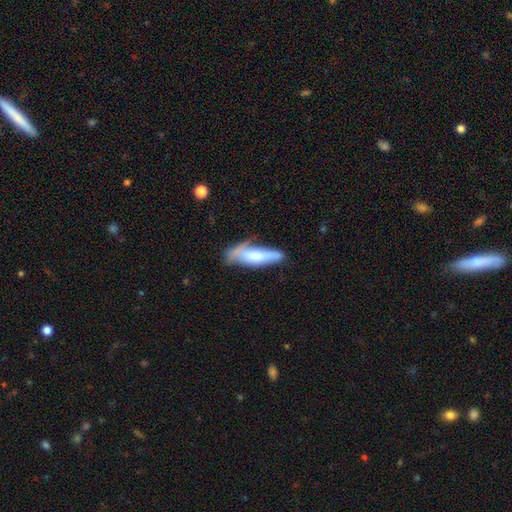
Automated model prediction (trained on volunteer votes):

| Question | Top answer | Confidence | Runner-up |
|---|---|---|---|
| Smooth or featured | smooth | 64% | featured or disk (30%) |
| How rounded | cigar-shaped | 62% | in between (36%) |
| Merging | none | 48% | minor disturbance (33%) |